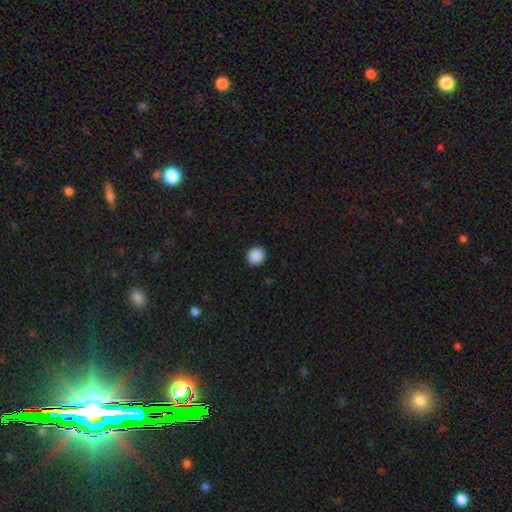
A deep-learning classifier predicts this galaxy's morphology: This is clearly a smooth galaxy (90%). How rounded: likely round (79%). Merging: clearly none (92%).